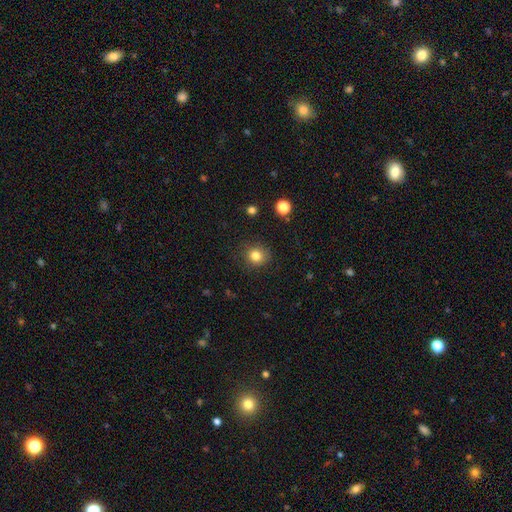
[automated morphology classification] Overall: smooth (82%). How rounded: round (86%). Merging: none (87%).